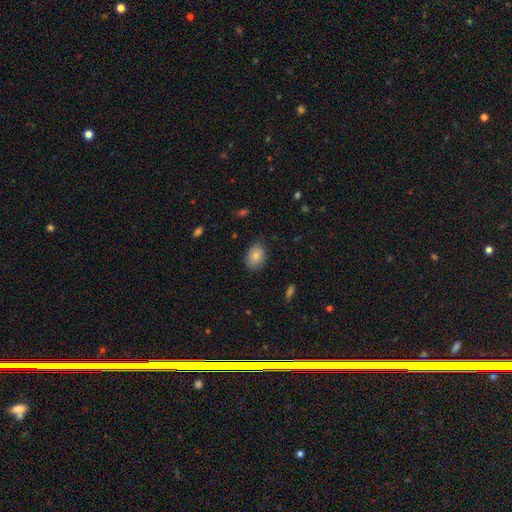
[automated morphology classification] A smooth galaxy with no disk features (83%) that is in between round and cigar-shaped (74%).

Vote fractions:
- Smooth or featured? smooth: 83% / featured or disk: 9% / star or artifact: 8%
- How rounded? in between: 74% / round: 25% / cigar-shaped: 1%
- Merging? none: 79% / minor disturbance: 17% / major disturbance: 3% / merger: 1%